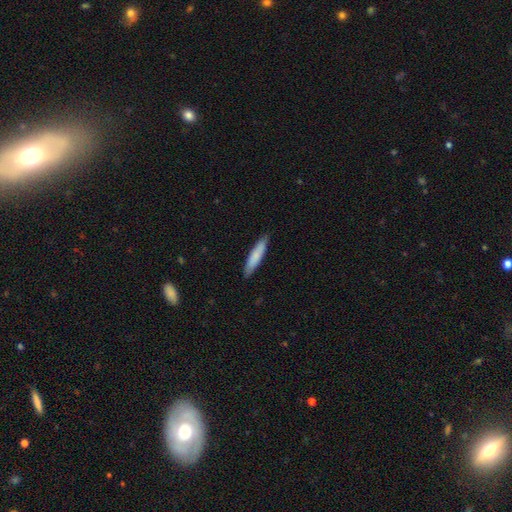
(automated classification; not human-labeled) This is likely a smooth galaxy (78%). How rounded: clearly cigar-shaped (85%). Merging: clearly none (87%).